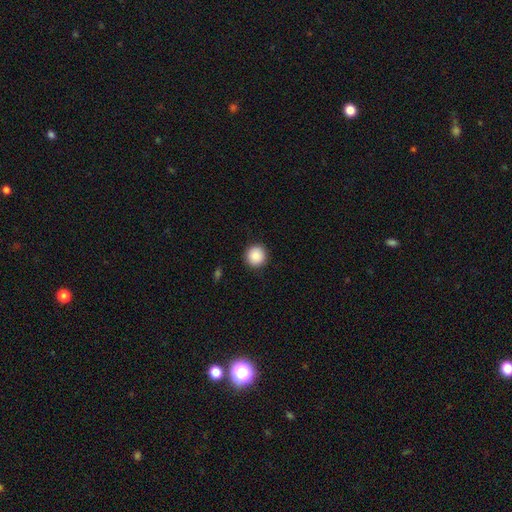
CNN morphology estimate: A smooth galaxy with no disk features (88%) that is round (95%).

Vote fractions:
- Smooth or featured? smooth: 88% / star or artifact: 8% / featured or disk: 4%
- How rounded? round: 95% / in between: 4% / cigar-shaped: 1%
- Merging? none: 91% / minor disturbance: 6% / major disturbance: 2% / merger: 1%